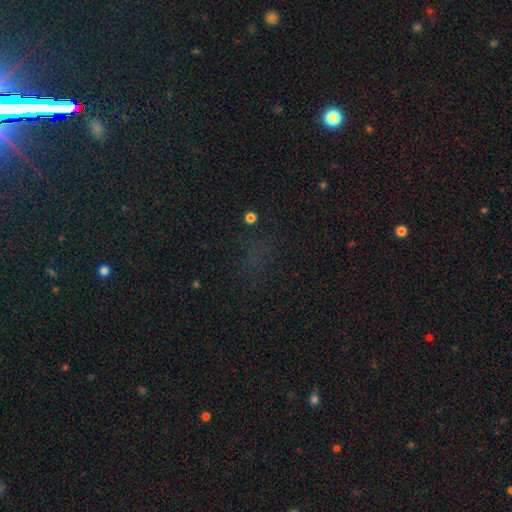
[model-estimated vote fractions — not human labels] smooth-or-featured: star or artifact: 60% | smooth: 29% | featured or disk: 11%